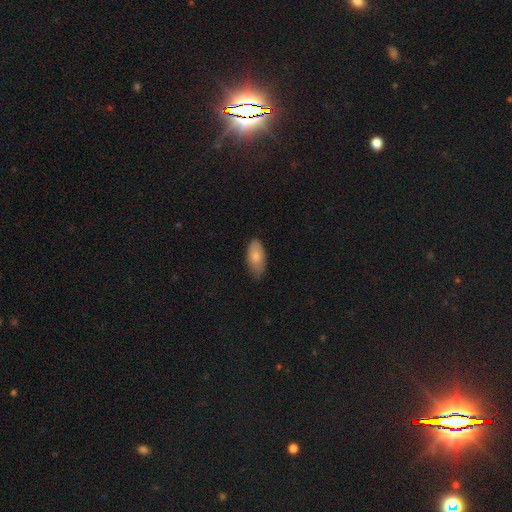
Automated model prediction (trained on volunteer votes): smooth-or-featured: smooth: 79% | featured or disk: 15% | star or artifact: 6%
  how-rounded: in between: 92% | cigar-shaped: 5% | round: 3%
  merging: none: 71% | minor disturbance: 24% | major disturbance: 4% | merger: 1%